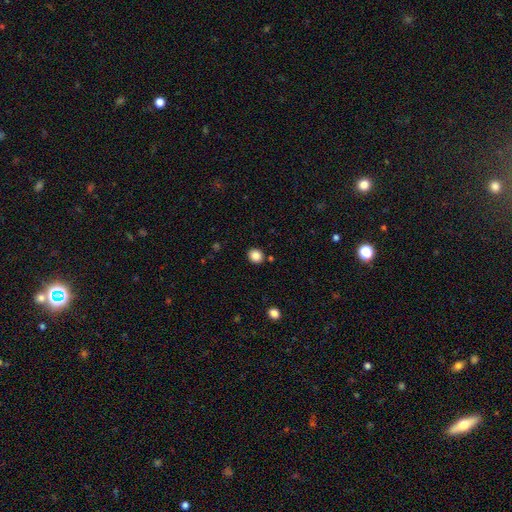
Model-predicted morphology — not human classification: This is clearly a smooth galaxy (85%). How rounded: clearly round (81%). Merging: clearly none (89%).